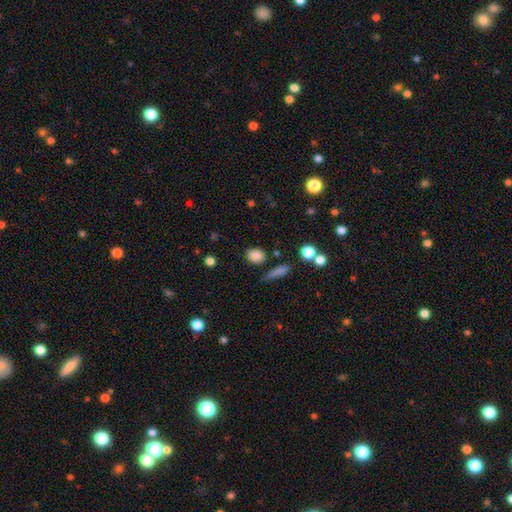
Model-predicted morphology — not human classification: The model was most divided on "how rounded": round: 52%, in between: 46%, cigar-shaped: 2%. More confident: smooth or featured — smooth (83%); merging — none (81%).